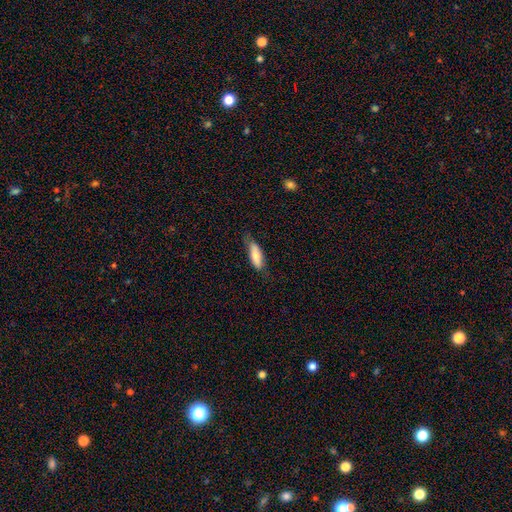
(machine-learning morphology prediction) Smooth or featured?
  - smooth: 74% *
  - featured or disk: 20%
  - star or artifact: 6%
How rounded?
  - in between: 61% *
  - cigar-shaped: 37%
  - round: 2%
Merging?
  - none: 64% *
  - minor disturbance: 28%
  - major disturbance: 7%
  - merger: 1%